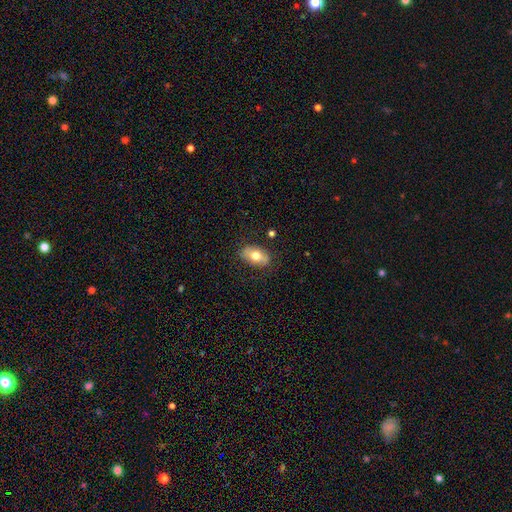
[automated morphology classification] Smooth or featured: smooth — 67% (featured or disk — 26%)
How rounded: in between — 89% (round — 8%)
Merging: none — 78% (minor disturbance — 16%)